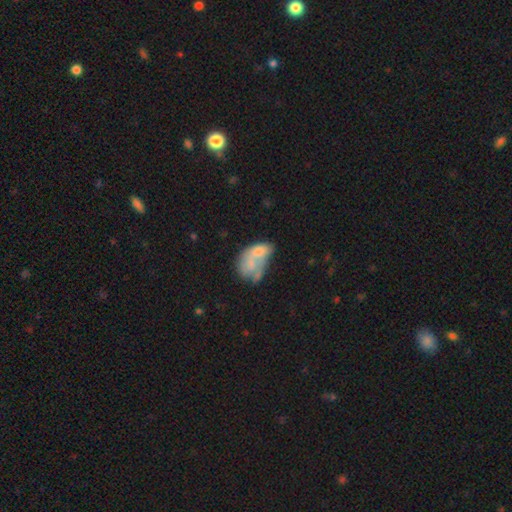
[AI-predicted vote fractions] smooth-or-featured: smooth: 54% | featured or disk: 38% | star or artifact: 9%
  how-rounded: in between: 82% | round: 15% | cigar-shaped: 2%
  merging: merger: 53% | none: 18% | major disturbance: 15% | minor disturbance: 14%